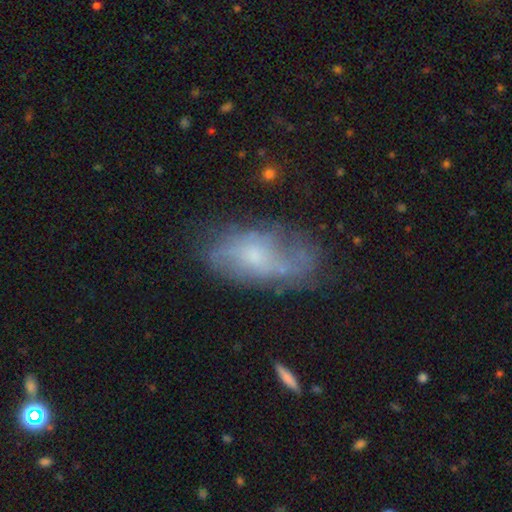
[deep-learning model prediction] A featured or disk galaxy (54%).

Vote fractions:
- Smooth or featured? featured or disk: 54% / smooth: 37% / star or artifact: 9%
- Edge-on disk? no: 91% / yes: 9%
- Merging? none: 53% / minor disturbance: 27% / major disturbance: 16% / merger: 4%